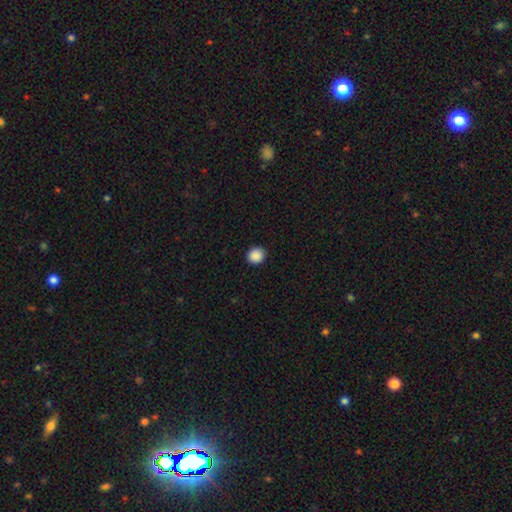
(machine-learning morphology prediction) The model was most divided on "how rounded": round: 81%, in between: 19%, cigar-shaped: 1%. More confident: merging — none (91%); smooth or featured — smooth (89%).